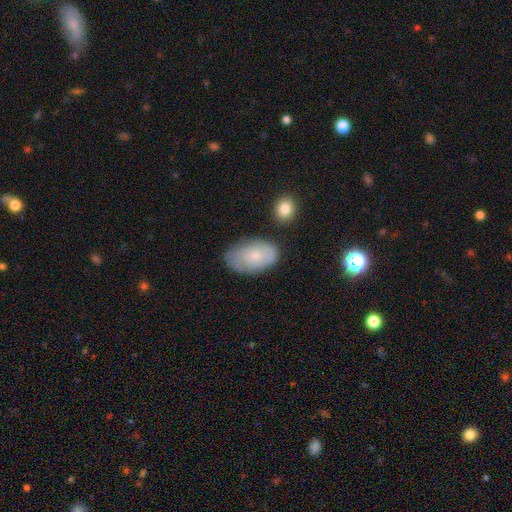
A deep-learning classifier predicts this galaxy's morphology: smooth 61%, featured or disk 31%, star or artifact 8%. Down the decision tree: how rounded — in between (92%); merging — none (68%).